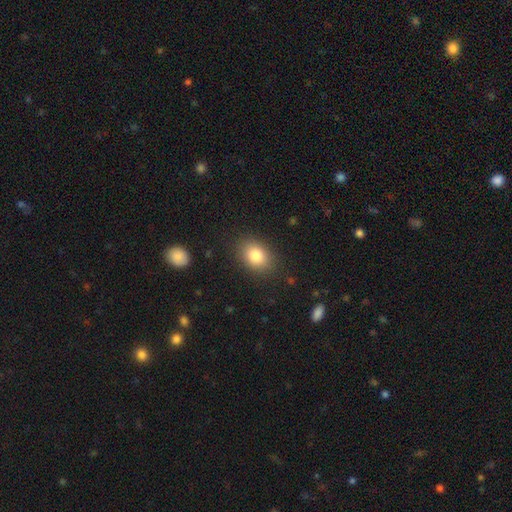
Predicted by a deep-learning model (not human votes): smooth-or-featured: smooth: 83% | star or artifact: 9% | featured or disk: 8%
  how-rounded: in between: 67% | round: 32% | cigar-shaped: 1%
  merging: none: 86% | minor disturbance: 10% | major disturbance: 3% | merger: 1%